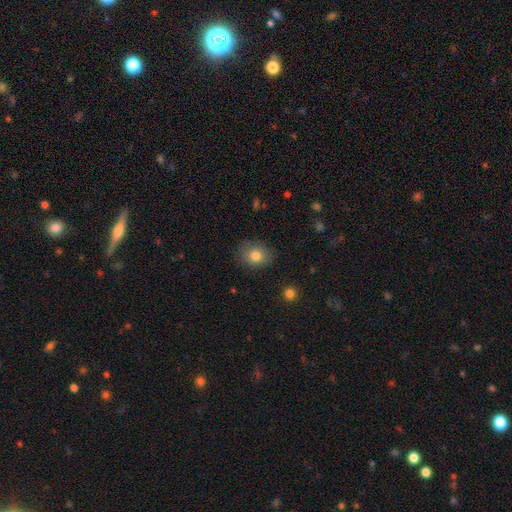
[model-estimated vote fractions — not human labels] The model was most divided on "how rounded": round: 51%, in between: 48%, cigar-shaped: 1%. More confident: merging — none (84%); smooth or featured — smooth (81%).